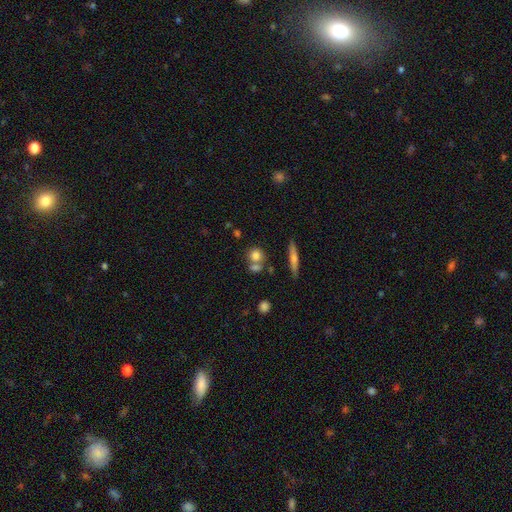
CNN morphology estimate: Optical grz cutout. It shows a smooth galaxy with no disk features (75%) that is round (79%). Merging: none (54%).